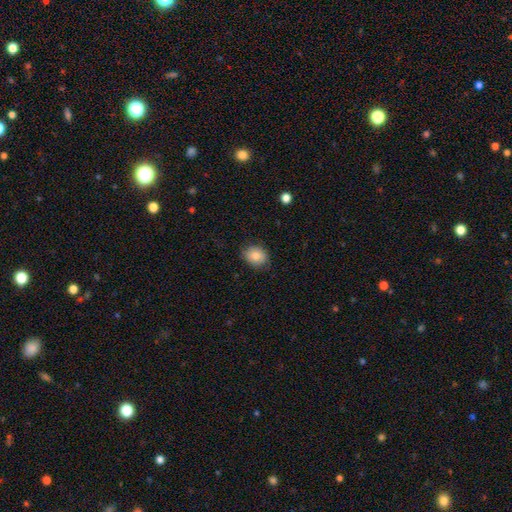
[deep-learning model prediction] smooth_or_featured: smooth (p=0.81) [alt: featured or disk p=0.10]
how_rounded: round (p=0.55) [alt: in between p=0.44]
merging: none (p=0.81) [alt: minor disturbance p=0.15]